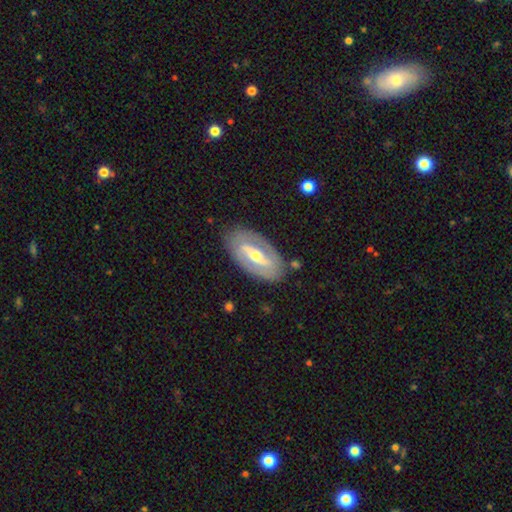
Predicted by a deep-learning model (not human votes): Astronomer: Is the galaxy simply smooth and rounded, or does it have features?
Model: featured or disk — 80%.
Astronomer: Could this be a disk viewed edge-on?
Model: no — 90%.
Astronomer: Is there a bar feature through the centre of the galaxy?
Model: strong — 62%.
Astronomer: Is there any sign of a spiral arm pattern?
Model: yes — 68%.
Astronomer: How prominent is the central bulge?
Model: moderate — 56% (runner-up: small, 39%).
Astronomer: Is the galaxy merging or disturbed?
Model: none — 83%.